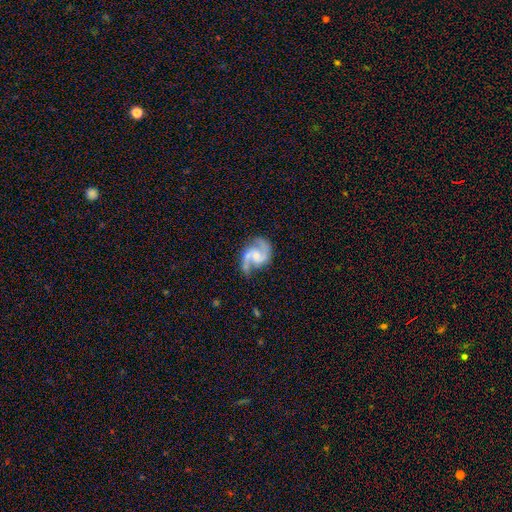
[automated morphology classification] Q: Smooth or featured?
A: featured or disk (91%); runner-up: smooth (5%)
Q: Edge-on disk?
A: no (98%); runner-up: yes (2%)
Q: Bar?
A: no (49%); runner-up: weak (41%)
Q: Spiral arms?
A: yes (98%); runner-up: no (2%)
Q: Spiral winding?
A: medium (58%); runner-up: loose (29%)
Q: Spiral arm count?
A: 2 (93%); runner-up: 3 (2%)
Q: Bulge size?
A: small (49%); runner-up: moderate (34%)
Q: Merging?
A: none (71%); runner-up: minor disturbance (18%)